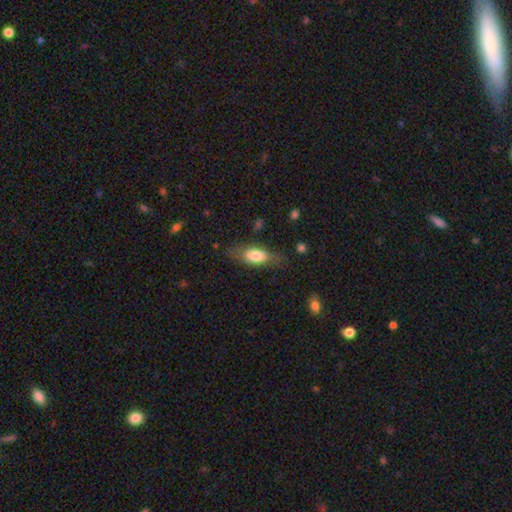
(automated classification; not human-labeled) smooth-or-featured: smooth: 69% | featured or disk: 24% | star or artifact: 7%
  how-rounded: in between: 79% | cigar-shaped: 17% | round: 4%
  merging: none: 66% | minor disturbance: 22% | major disturbance: 10% | merger: 2%